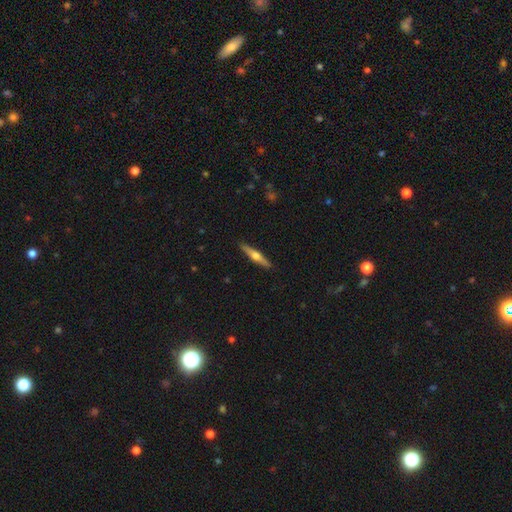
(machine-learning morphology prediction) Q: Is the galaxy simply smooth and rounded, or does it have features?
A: featured or disk — 63%.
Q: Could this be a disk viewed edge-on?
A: yes — 97%.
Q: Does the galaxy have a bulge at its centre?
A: rounded — 94%.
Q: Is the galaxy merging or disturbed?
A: none — 91%.